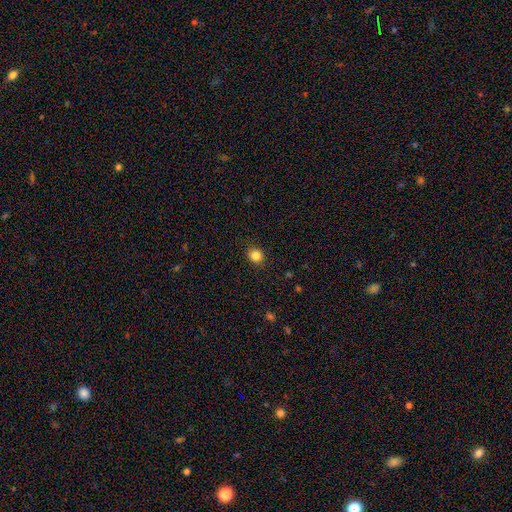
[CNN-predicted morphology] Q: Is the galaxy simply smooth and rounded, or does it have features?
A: smooth — 84%.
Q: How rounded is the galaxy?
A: round — 79%.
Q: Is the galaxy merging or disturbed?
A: none — 91%.